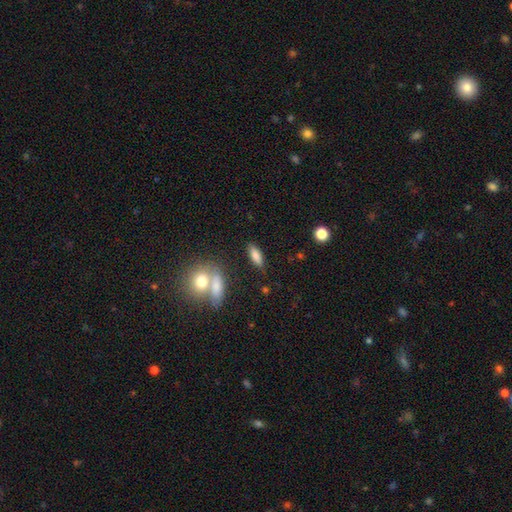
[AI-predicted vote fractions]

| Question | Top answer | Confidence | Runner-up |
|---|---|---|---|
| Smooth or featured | smooth | 81% | featured or disk (11%) |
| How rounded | in between | 66% | cigar-shaped (31%) |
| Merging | none | 78% | minor disturbance (10%) |